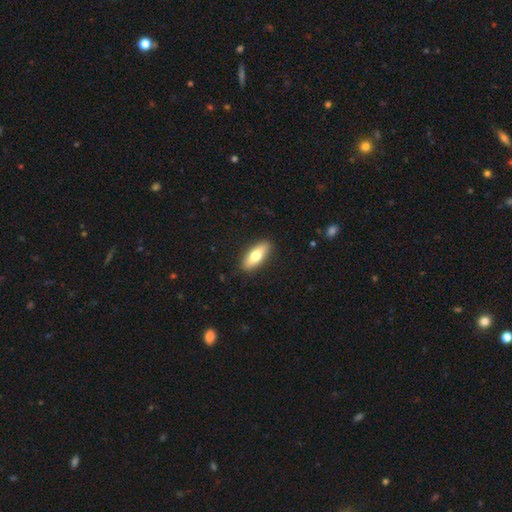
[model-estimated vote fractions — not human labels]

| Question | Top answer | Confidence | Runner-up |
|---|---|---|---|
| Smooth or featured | smooth | 71% | featured or disk (23%) |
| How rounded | in between | 69% | cigar-shaped (29%) |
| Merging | none | 89% | minor disturbance (8%) |